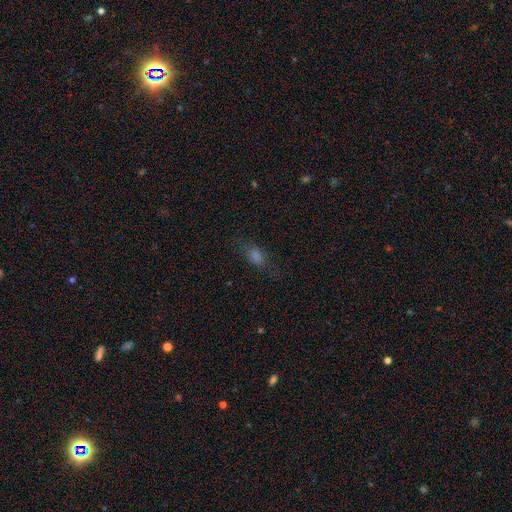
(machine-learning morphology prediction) type=smooth (53%); roundness=in between (61%); merging=none (73%).